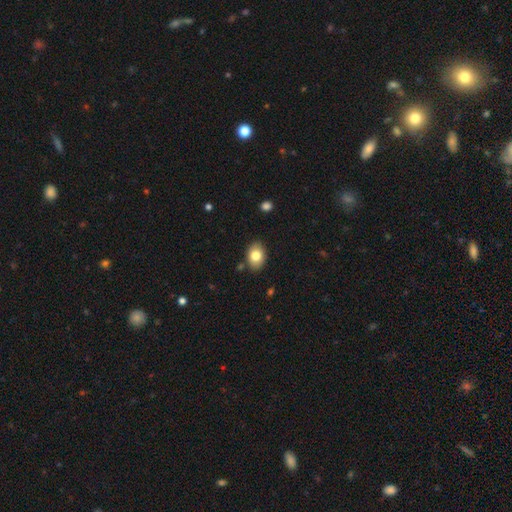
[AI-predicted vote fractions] A smooth galaxy with no disk features (81%) that is in between round and cigar-shaped (78%).

Vote fractions:
- Smooth or featured? smooth: 81% / featured or disk: 11% / star or artifact: 8%
- How rounded? in between: 78% / round: 21% / cigar-shaped: 1%
- Merging? none: 85% / minor disturbance: 10% / merger: 2% / major disturbance: 2%